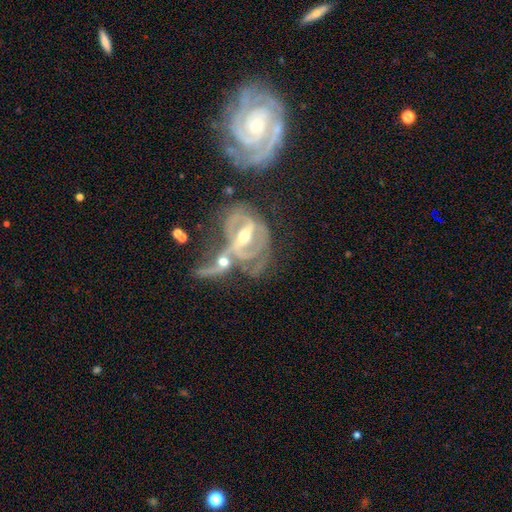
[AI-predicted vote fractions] smooth_or_featured: featured or disk (p=0.85) [alt: smooth p=0.08]
disk_edge_on: no (p=0.94) [alt: yes p=0.06]
bar: strong (p=0.54) [alt: weak p=0.32]
has_spiral_arms: yes (p=0.83) [alt: no p=0.17]
spiral_winding: tight (p=0.42) [alt: medium p=0.40]
spiral_arm_count: 2 (p=0.54) [alt: can't tell p=0.25]
bulge_size: moderate (p=0.63) [alt: small p=0.31]
merging: merger (p=0.47) [alt: none p=0.22]